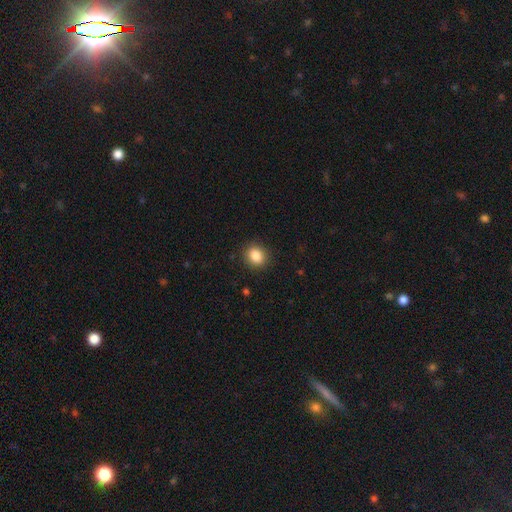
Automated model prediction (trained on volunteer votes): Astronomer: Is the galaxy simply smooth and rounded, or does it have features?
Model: smooth — 87%.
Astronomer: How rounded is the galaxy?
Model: round — 64%.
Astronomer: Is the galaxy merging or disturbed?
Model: none — 89%.